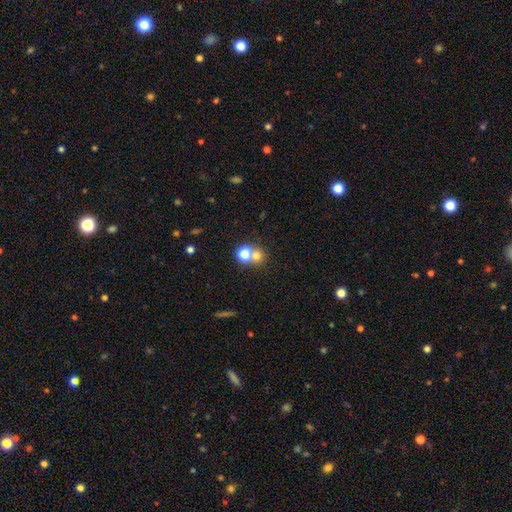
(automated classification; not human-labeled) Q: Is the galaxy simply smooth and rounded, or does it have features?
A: smooth — 71%.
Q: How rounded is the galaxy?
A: round — 85%.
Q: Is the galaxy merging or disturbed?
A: merger — 46%.